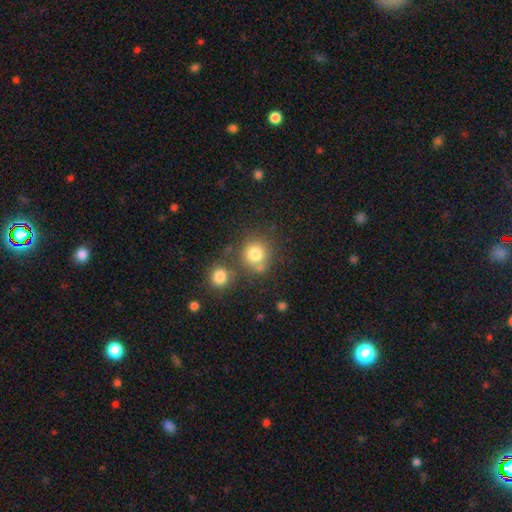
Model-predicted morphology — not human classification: Smooth or featured?
  - smooth: 79% *
  - star or artifact: 12%
  - featured or disk: 9%
How rounded?
  - round: 88% *
  - in between: 11%
  - cigar-shaped: 1%
Merging?
  - none: 64% *
  - merger: 20%
  - minor disturbance: 11%
  - major disturbance: 4%